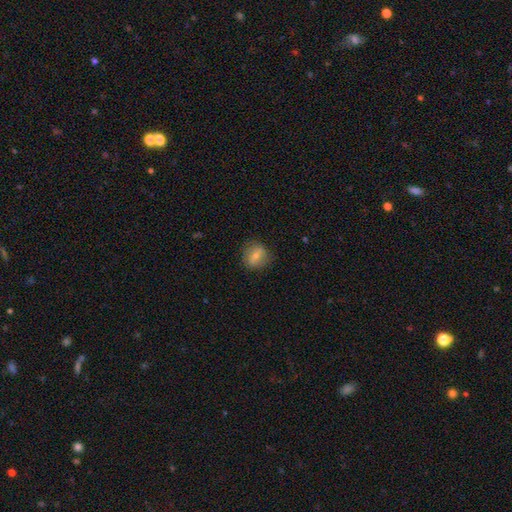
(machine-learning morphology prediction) Smooth or featured? Predicted: smooth (p=0.65). How rounded? Predicted: round (p=0.73). Merging? Predicted: none (p=0.81).